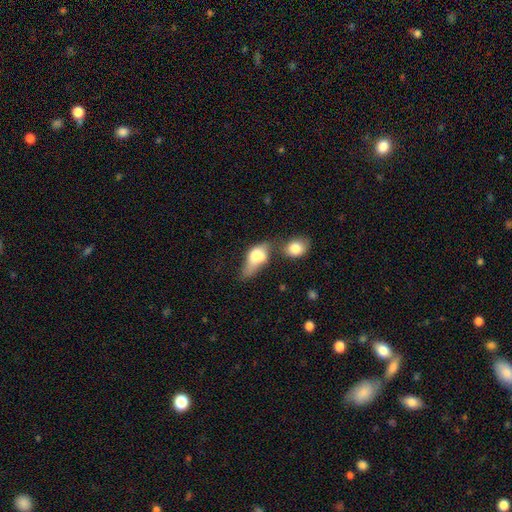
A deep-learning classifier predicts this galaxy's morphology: Smooth or featured? smooth (69%)
How rounded? in between (80%)
Merging? merger (45%)